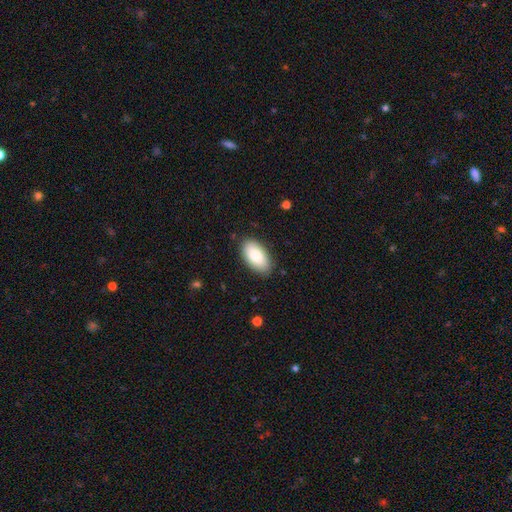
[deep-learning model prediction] Smooth or featured?
  - smooth: 83% *
  - featured or disk: 11%
  - star or artifact: 6%
How rounded?
  - in between: 95% *
  - round: 3%
  - cigar-shaped: 2%
Merging?
  - none: 85% *
  - minor disturbance: 11%
  - major disturbance: 2%
  - merger: 1%